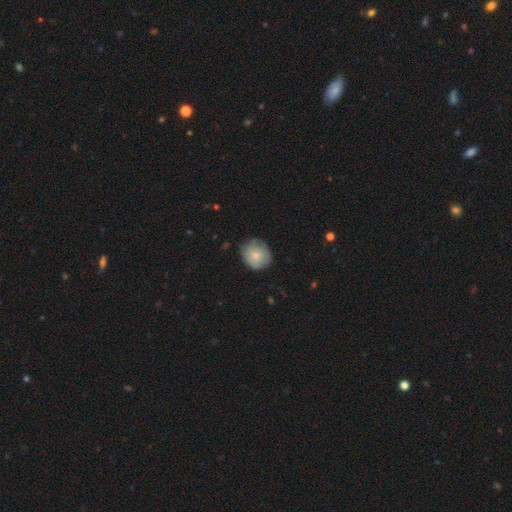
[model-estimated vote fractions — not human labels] The model was most divided on "merging": none: 75%, minor disturbance: 20%, major disturbance: 4%, merger: 1%. More confident: how rounded — round (84%); smooth or featured — smooth (77%).